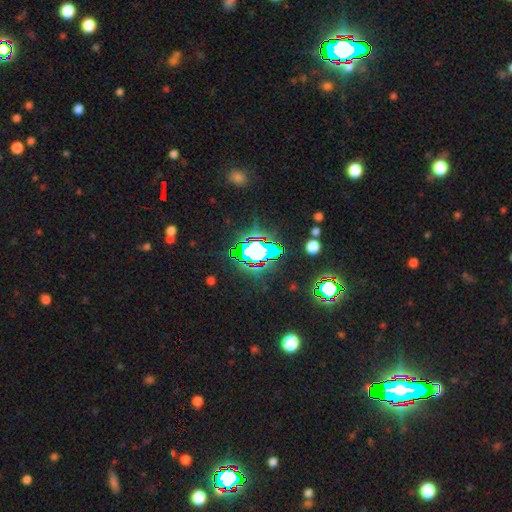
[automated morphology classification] Overall: star or artifact (79%).